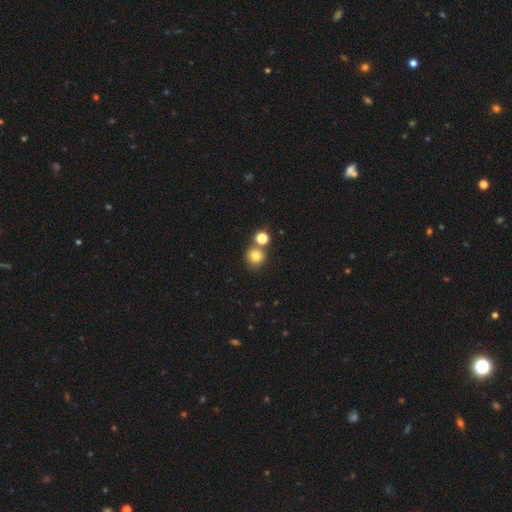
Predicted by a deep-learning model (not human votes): Smooth or featured: smooth — 79% (star or artifact — 13%)
How rounded: round — 89% (in between — 10%)
Merging: none — 64% (merger — 24%)